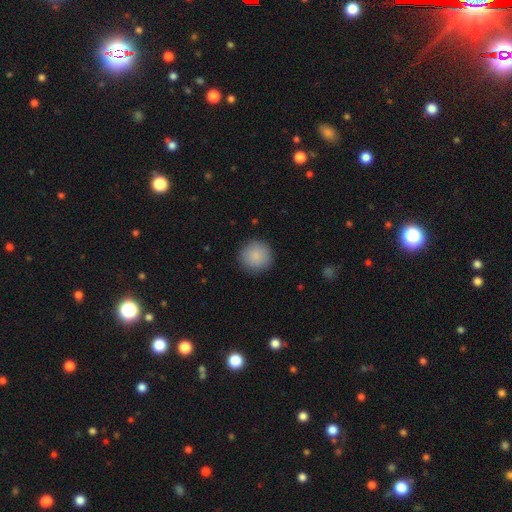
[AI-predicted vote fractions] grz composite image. It shows a smooth galaxy with no disk features (88%) that is round (95%). Merging: none (89%).